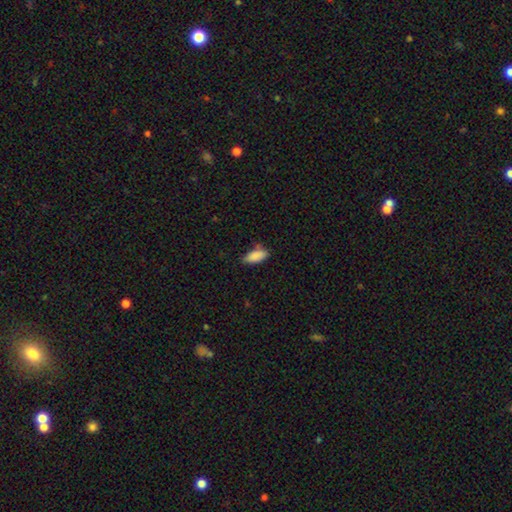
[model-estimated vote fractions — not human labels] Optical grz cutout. It shows a smooth galaxy with no disk features (88%) that is in between round and cigar-shaped (85%). Merging: none (66%).